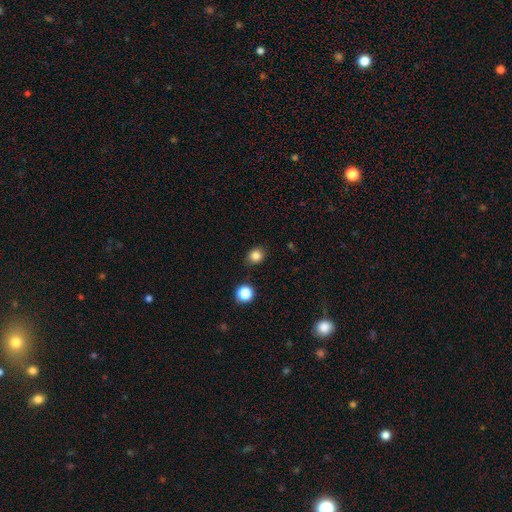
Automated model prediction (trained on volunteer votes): A smooth galaxy with no disk features (83%) that is round (71%).

Vote fractions:
- Smooth or featured? smooth: 83% / star or artifact: 12% / featured or disk: 5%
- How rounded? round: 71% / in between: 28% / cigar-shaped: 1%
- Merging? none: 82% / minor disturbance: 12% / major disturbance: 3% / merger: 3%